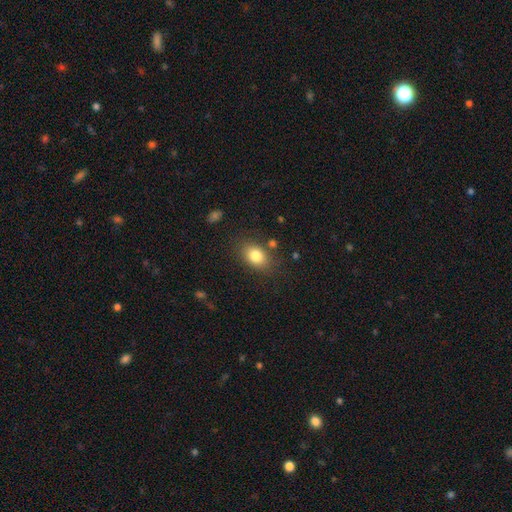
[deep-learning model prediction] Overall: smooth (81%). How rounded: in between (70%). Merging: none (79%).